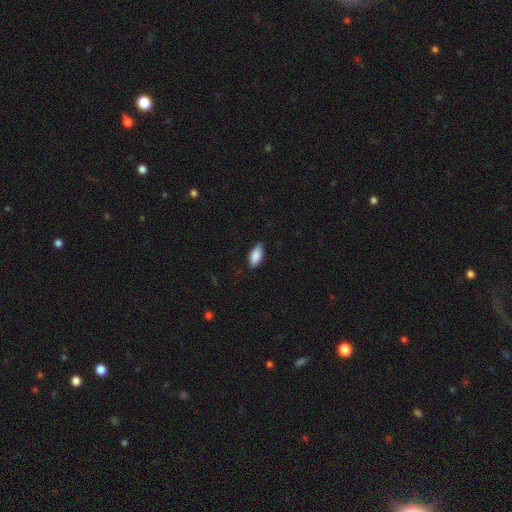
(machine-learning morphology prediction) Smooth or featured? Predicted: smooth (p=0.88). How rounded? Predicted: in between (p=0.89). Merging? Predicted: none (p=0.82).